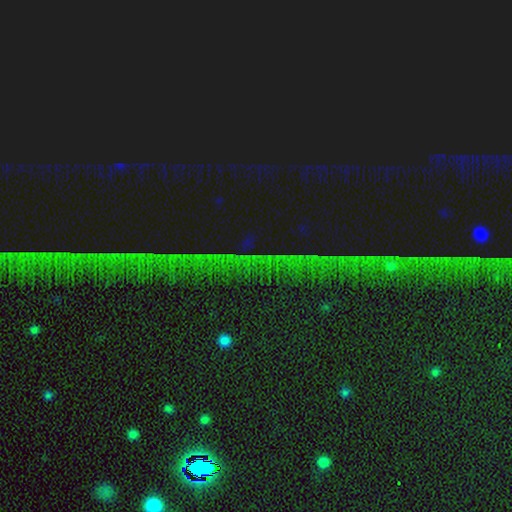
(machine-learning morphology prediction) smooth_or_featured: star or artifact (p=0.78) [alt: smooth p=0.12]